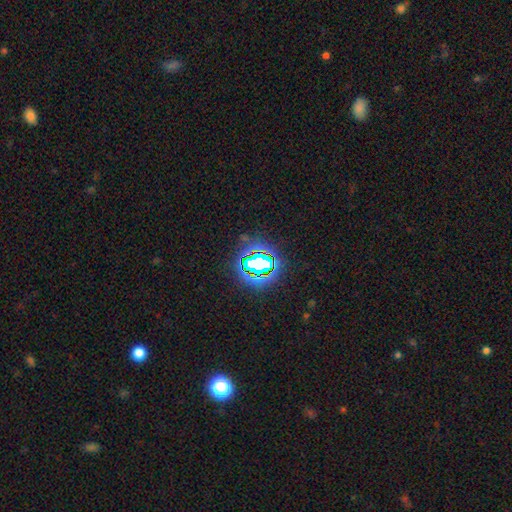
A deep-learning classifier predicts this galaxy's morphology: Q: Smooth or featured?
A: star or artifact (76%); runner-up: smooth (16%)